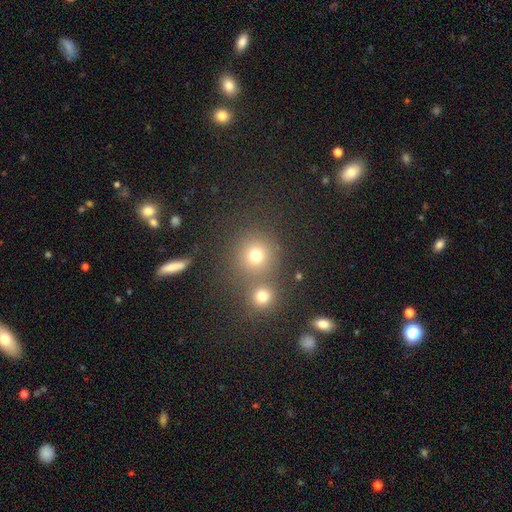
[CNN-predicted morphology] Smooth or featured: smooth — 75% (star or artifact — 17%)
How rounded: round — 90% (in between — 9%)
Merging: none — 63% (merger — 27%)